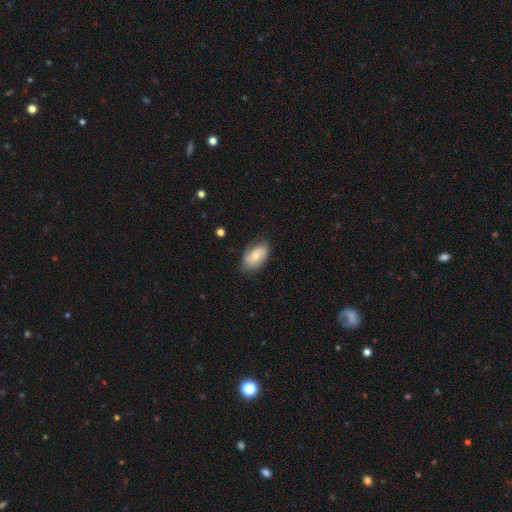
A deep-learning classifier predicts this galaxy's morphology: smooth-or-featured: smooth: 68% | featured or disk: 26% | star or artifact: 7%
  how-rounded: in between: 91% | round: 7% | cigar-shaped: 2%
  merging: none: 74% | minor disturbance: 21% | major disturbance: 4% | merger: 1%